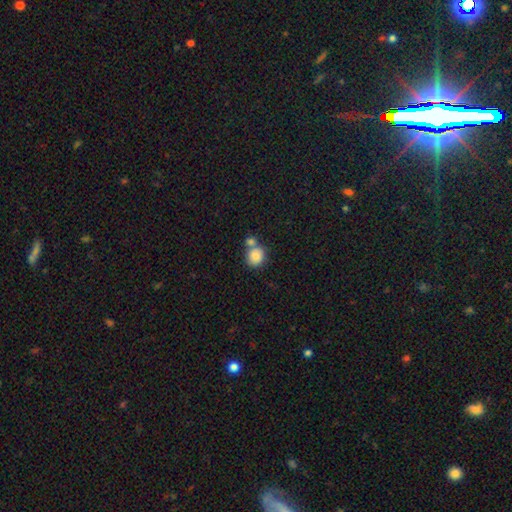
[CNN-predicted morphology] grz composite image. It shows a smooth galaxy with no disk features (82%) that is round (78%). Merging: none (45%).